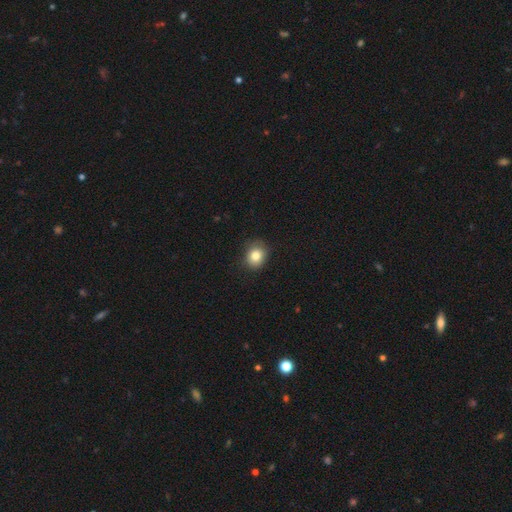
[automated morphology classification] Smooth or featured: smooth — 82% (star or artifact — 10%)
How rounded: round — 69% (in between — 31%)
Merging: none — 83% (minor disturbance — 13%)